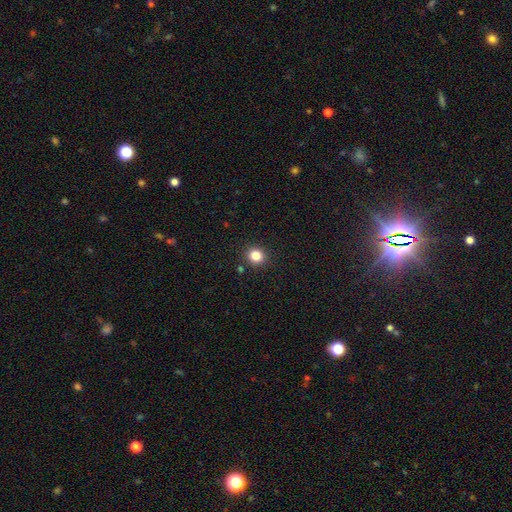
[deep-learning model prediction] A smooth galaxy with no disk features (82%) that is round (82%).

Vote fractions:
- Smooth or featured? smooth: 82% / star or artifact: 13% / featured or disk: 5%
- How rounded? round: 82% / in between: 17% / cigar-shaped: 1%
- Merging? none: 90% / minor disturbance: 6% / merger: 2% / major disturbance: 2%